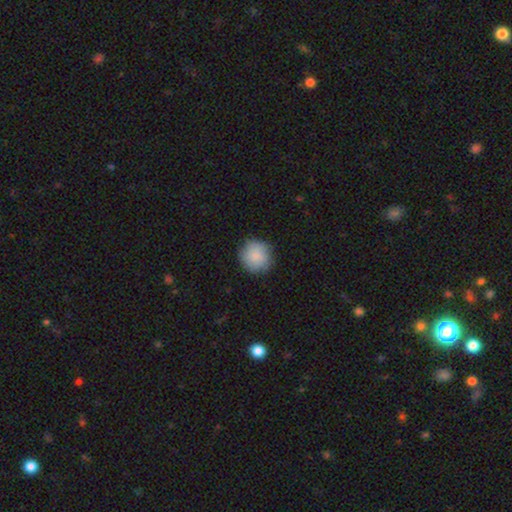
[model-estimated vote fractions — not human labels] Morphology: type=smooth (85%); roundness=round (93%); merging=none (83%).